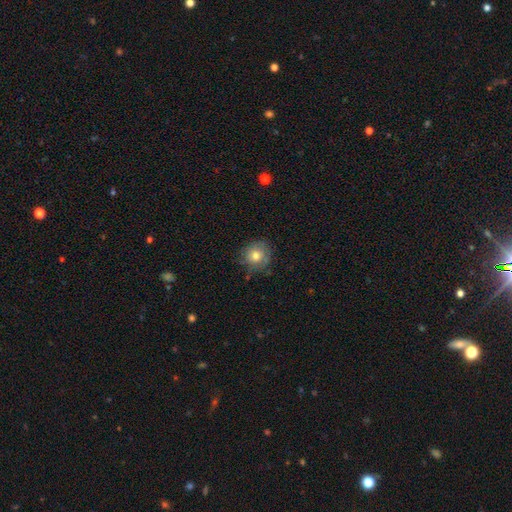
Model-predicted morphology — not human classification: Smooth or featured? smooth (71%)
How rounded? round (88%)
Merging? none (74%)